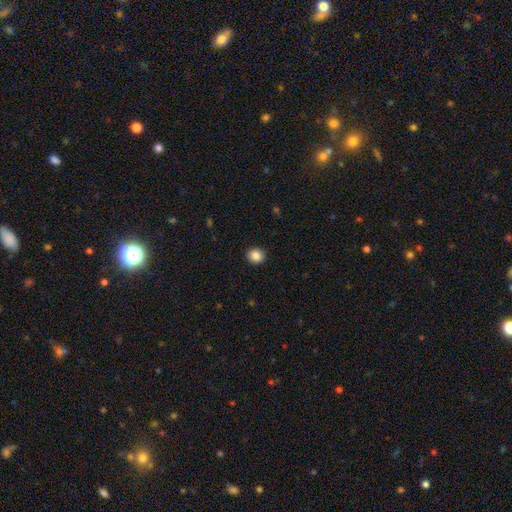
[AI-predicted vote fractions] smooth-or-featured: smooth: 86% | star or artifact: 9% | featured or disk: 5%
  how-rounded: round: 87% | in between: 12% | cigar-shaped: 1%
  merging: none: 92% | minor disturbance: 5% | major disturbance: 2% | merger: 1%